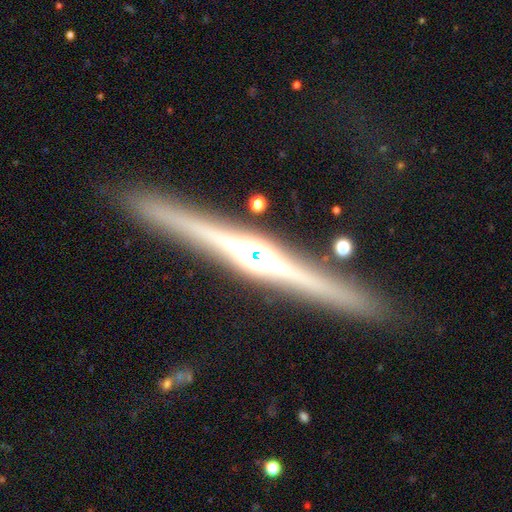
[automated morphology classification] Overall: featured or disk (84%). Edge-on disk: yes (98%). Edge-on bulge: rounded (78%). Merging: none (88%).